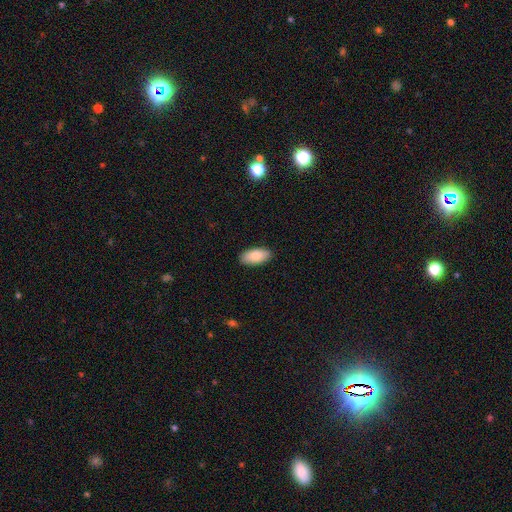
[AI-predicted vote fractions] Smooth or featured?
  - smooth: 85% *
  - featured or disk: 9%
  - star or artifact: 6%
How rounded?
  - in between: 93% *
  - cigar-shaped: 5%
  - round: 2%
Merging?
  - none: 90% *
  - minor disturbance: 8%
  - major disturbance: 2%
  - merger: 1%